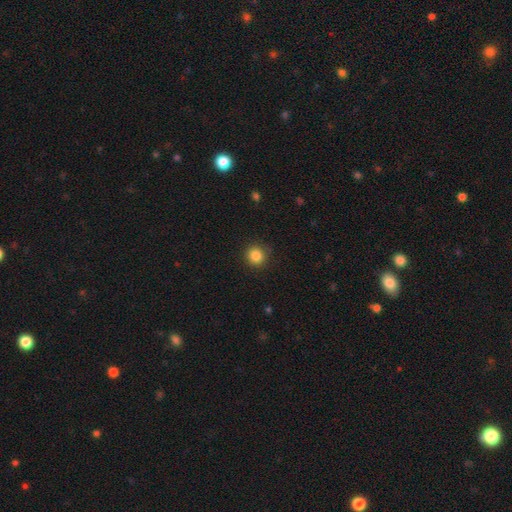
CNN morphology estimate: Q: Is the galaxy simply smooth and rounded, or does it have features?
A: smooth — 85%.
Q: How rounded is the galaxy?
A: round — 92%.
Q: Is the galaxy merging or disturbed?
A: none — 90%.